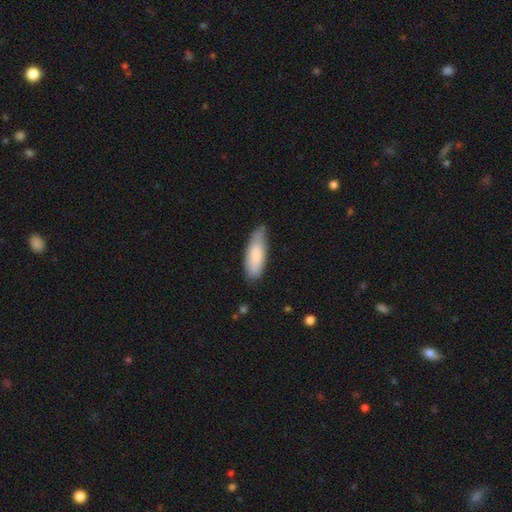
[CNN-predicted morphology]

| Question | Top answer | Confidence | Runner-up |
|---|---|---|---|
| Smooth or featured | smooth | 82% | featured or disk (12%) |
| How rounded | in between | 60% | cigar-shaped (38%) |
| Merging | none | 69% | minor disturbance (26%) |